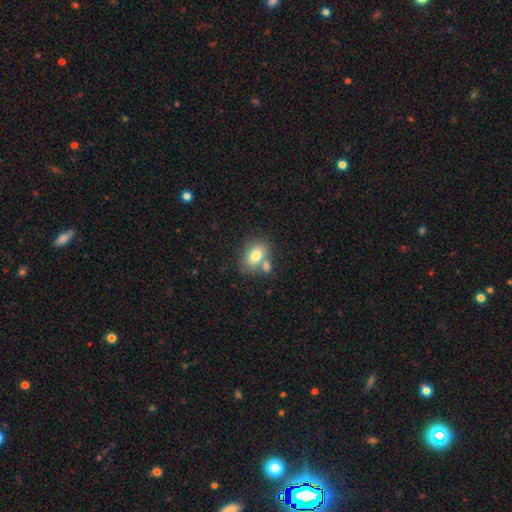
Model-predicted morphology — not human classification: Smooth or featured? smooth (76%)
How rounded? in between (77%)
Merging? none (53%)